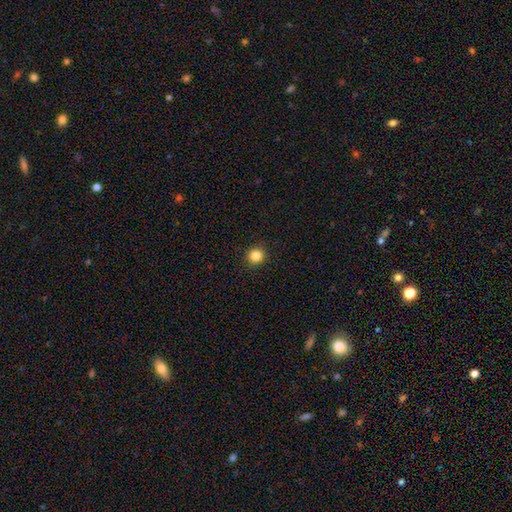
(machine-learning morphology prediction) The model was most divided on "smooth or featured": smooth: 84%, star or artifact: 12%, featured or disk: 4%. More confident: merging — none (92%); how rounded — round (91%).